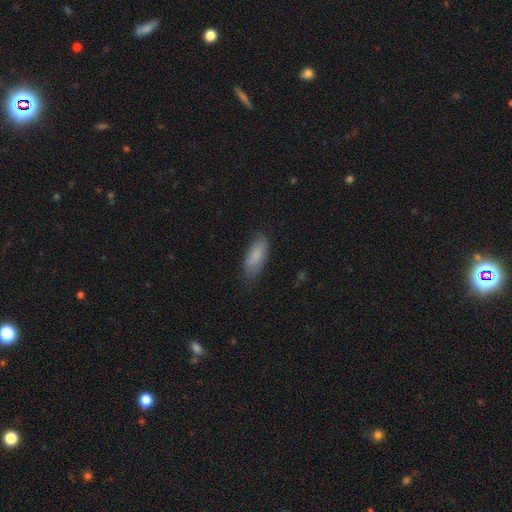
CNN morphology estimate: A smooth galaxy with no disk features (83%) that is in between round and cigar-shaped (70%).

Vote fractions:
- Smooth or featured? smooth: 83% / featured or disk: 11% / star or artifact: 6%
- How rounded? in between: 70% / cigar-shaped: 28% / round: 2%
- Merging? none: 74% / minor disturbance: 20% / major disturbance: 5% / merger: 1%